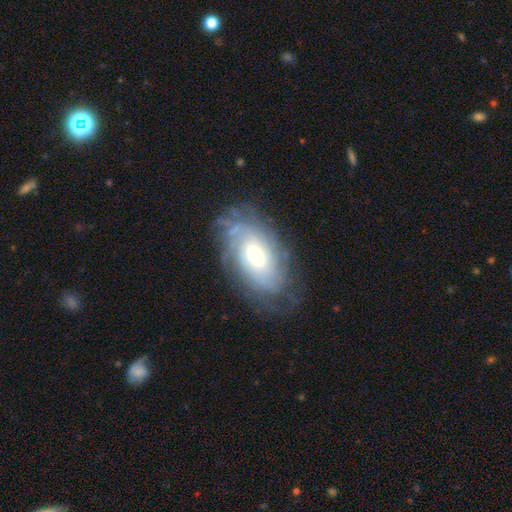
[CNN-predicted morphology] Smooth or featured? featured or disk (76%)
Edge-on disk? no (94%)
Bar? no (49%)
Spiral arms? yes (89%)
Spiral winding? tight (70%)
Spiral arm count? can't tell (57%)
Bulge size? moderate (60%)
Merging? none (69%)